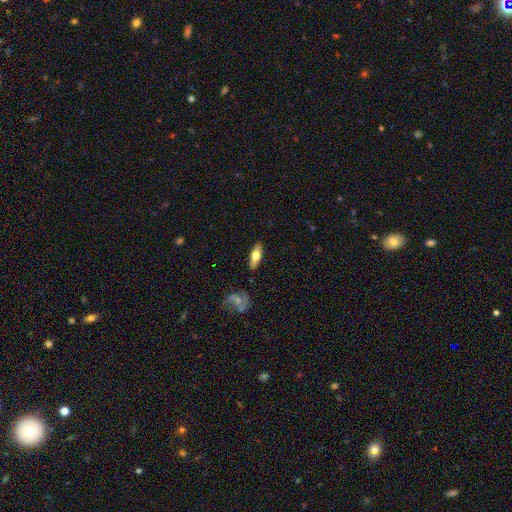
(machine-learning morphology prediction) This is possibly a smooth galaxy (58%). How rounded: likely in between (63%). Merging: clearly none (86%).